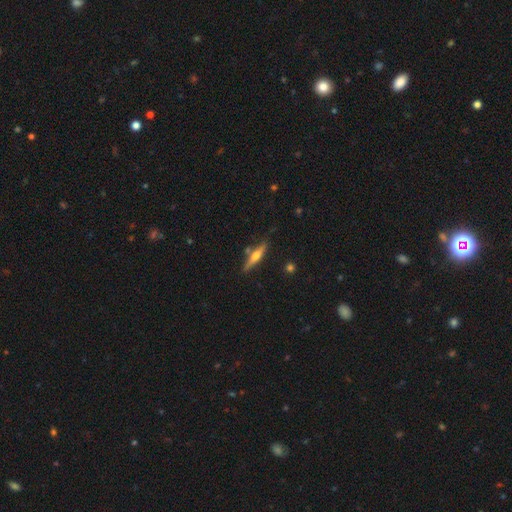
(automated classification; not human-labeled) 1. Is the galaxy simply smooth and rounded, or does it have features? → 61% featured or disk, 33% smooth, 6% star or artifact.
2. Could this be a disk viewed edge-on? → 96% yes, 4% no.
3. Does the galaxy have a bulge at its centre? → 91% rounded, 5% none, 4% boxy.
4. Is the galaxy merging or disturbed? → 79% none, 12% minor disturbance, 6% merger, 3% major disturbance.